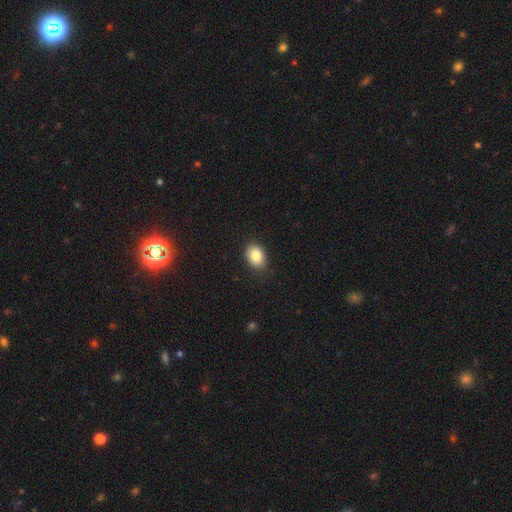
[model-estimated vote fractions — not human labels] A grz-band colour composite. It shows a smooth galaxy with no disk features (85%) that is in between round and cigar-shaped (73%). Merging: none (83%).